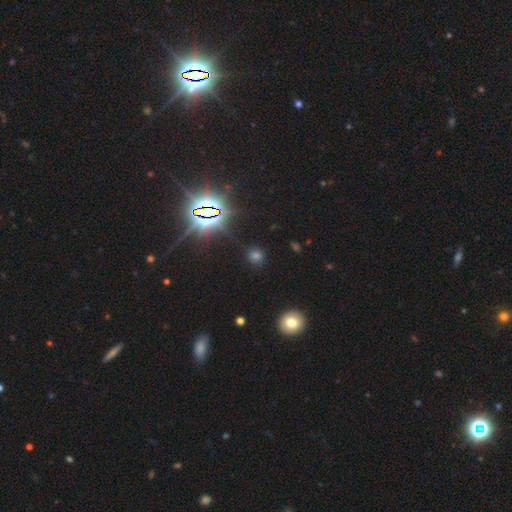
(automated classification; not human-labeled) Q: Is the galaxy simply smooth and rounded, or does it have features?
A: smooth — 50%.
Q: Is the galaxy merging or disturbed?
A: none — 85%.